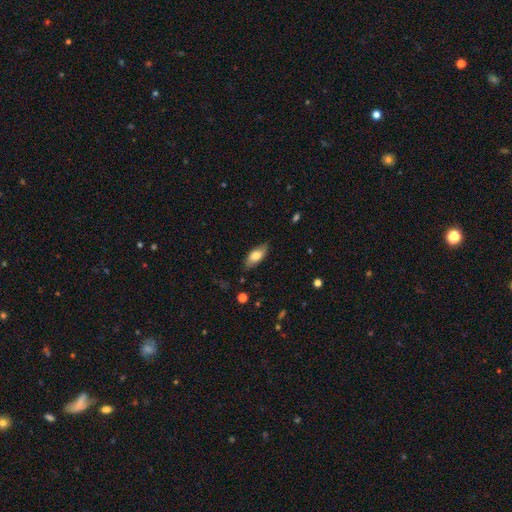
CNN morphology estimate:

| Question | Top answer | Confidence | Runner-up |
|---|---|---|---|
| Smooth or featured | smooth | 74% | featured or disk (20%) |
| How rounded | in between | 84% | cigar-shaped (13%) |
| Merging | none | 80% | minor disturbance (16%) |